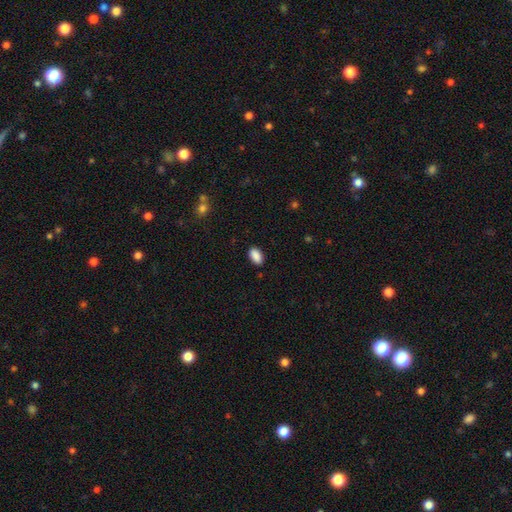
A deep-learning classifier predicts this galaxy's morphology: This is clearly a smooth galaxy (90%). How rounded: clearly in between (92%). Merging: clearly none (88%).